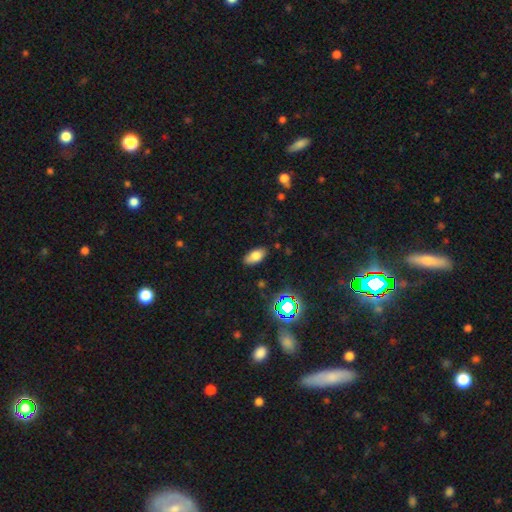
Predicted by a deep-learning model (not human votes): Smooth or featured?
  - smooth: 74% *
  - star or artifact: 14%
  - featured or disk: 12%
How rounded?
  - in between: 91% *
  - round: 5%
  - cigar-shaped: 4%
Merging?
  - none: 84% *
  - minor disturbance: 12%
  - major disturbance: 3%
  - merger: 2%